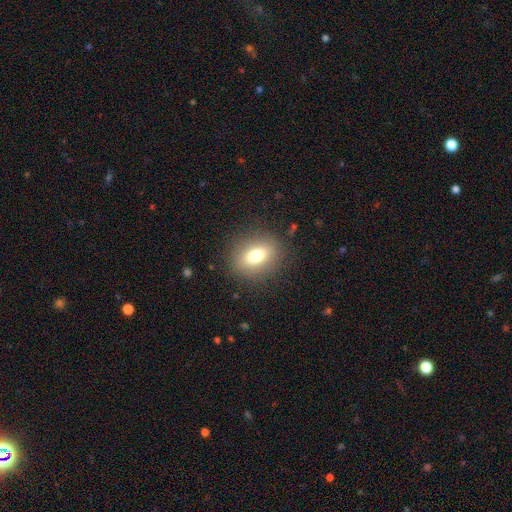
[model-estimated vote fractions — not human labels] Overall: smooth (73%). How rounded: in between (59%; round 38%). Merging: none (86%).